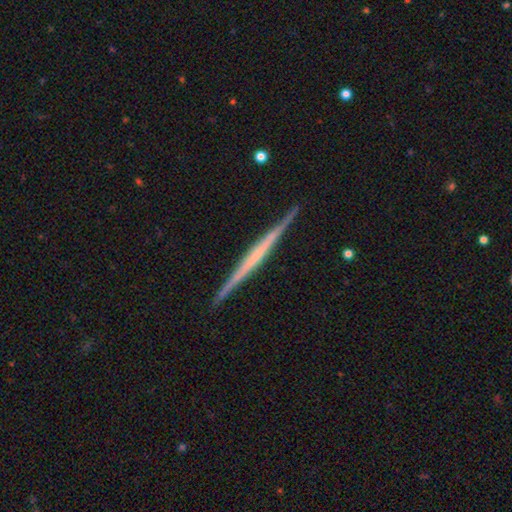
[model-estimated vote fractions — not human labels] Morphology: type=featured or disk (71%); edge-on=yes (98%); edge-on bulge=none (77%); merging=none (91%).